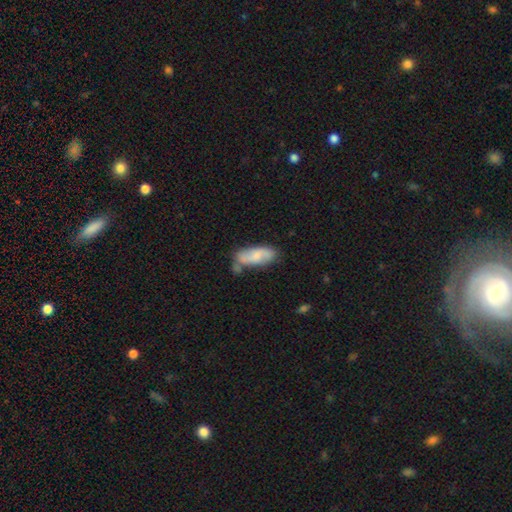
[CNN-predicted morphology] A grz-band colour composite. It shows a smooth galaxy with no disk features (62%) that is in between round and cigar-shaped (75%). Merging: none (54%).